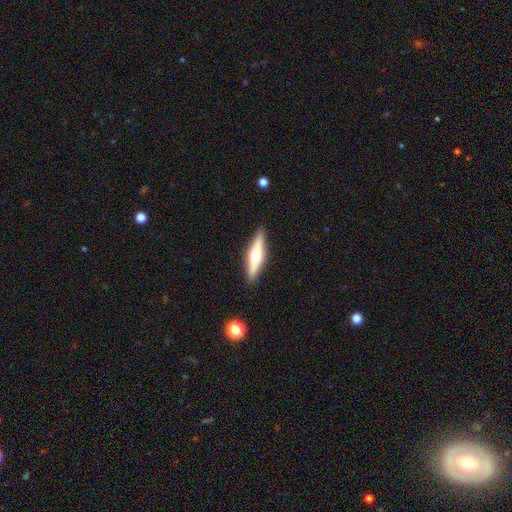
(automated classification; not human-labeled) Overall: featured or disk (58%; smooth 36%). Edge-on disk: yes (93%). Edge-on bulge: rounded (94%). Merging: none (89%).